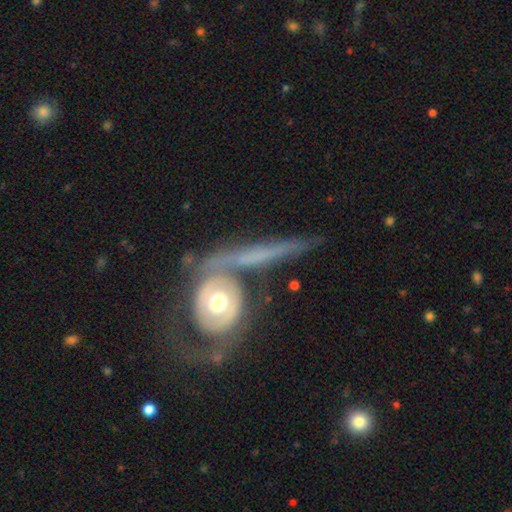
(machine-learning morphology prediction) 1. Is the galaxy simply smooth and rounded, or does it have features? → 69% featured or disk, 25% smooth, 6% star or artifact.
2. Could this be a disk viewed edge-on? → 57% no, 43% yes.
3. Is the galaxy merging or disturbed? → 50% none, 20% merger, 18% minor disturbance, 11% major disturbance.